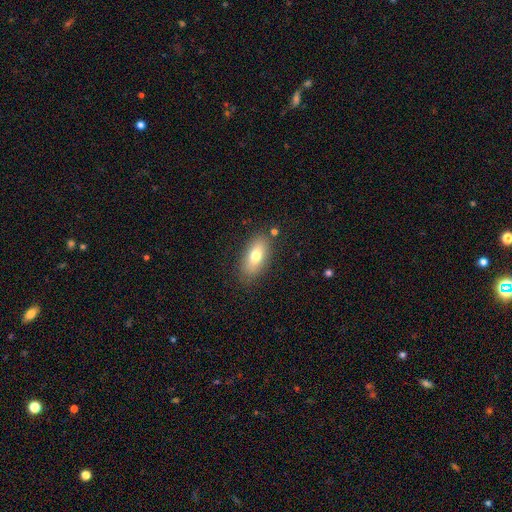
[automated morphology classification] smooth_or_featured: smooth (p=0.73) [alt: featured or disk p=0.19]
how_rounded: in between (p=0.86) [alt: cigar-shaped p=0.09]
merging: none (p=0.83) [alt: minor disturbance p=0.11]